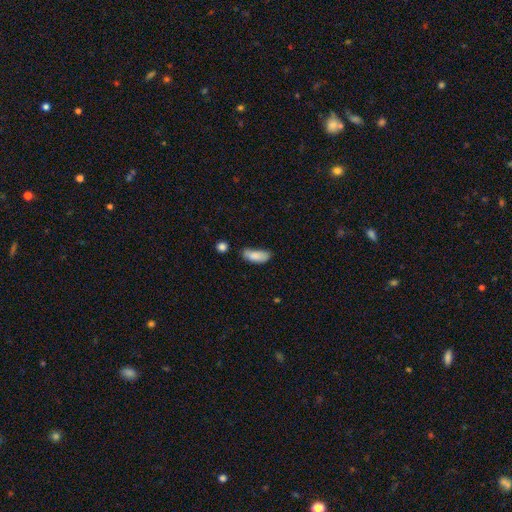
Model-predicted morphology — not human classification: type=smooth (84%); roundness=in between (83%); merging=none (44%).